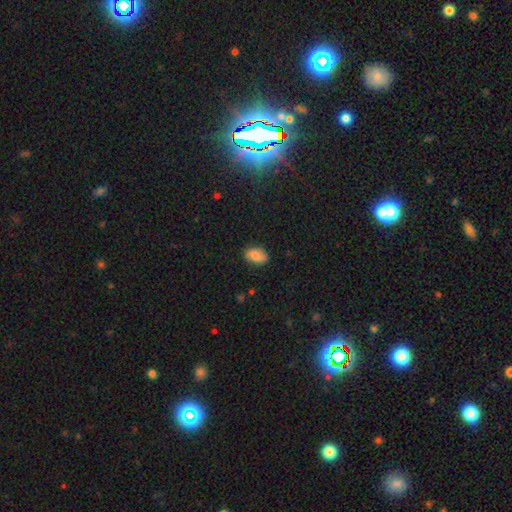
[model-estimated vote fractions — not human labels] The model was most divided on "smooth or featured": smooth: 75%, featured or disk: 17%, star or artifact: 9%. More confident: how rounded — in between (88%); merging — none (80%).